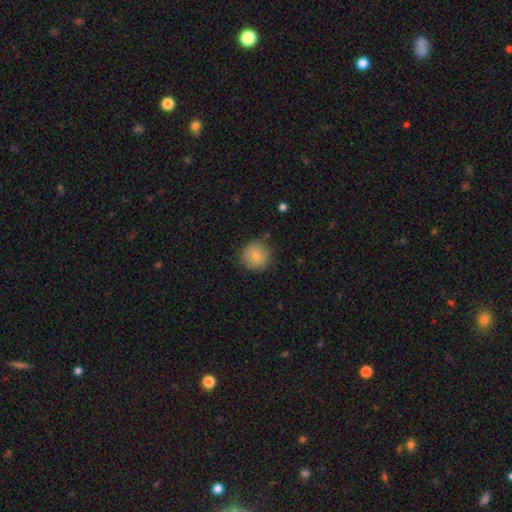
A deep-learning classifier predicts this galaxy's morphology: The model was most divided on "merging": none: 81%, minor disturbance: 14%, major disturbance: 3%, merger: 2%. More confident: how rounded — round (92%); smooth or featured — smooth (81%).